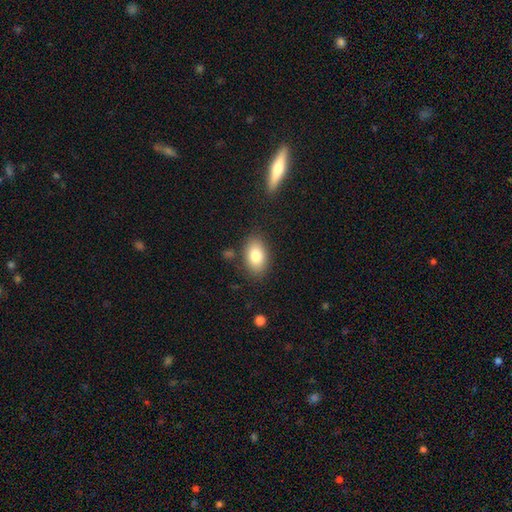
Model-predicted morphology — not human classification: smooth-or-featured: smooth: 82% | featured or disk: 11% | star or artifact: 7%
  how-rounded: in between: 89% | round: 10% | cigar-shaped: 1%
  merging: none: 83% | minor disturbance: 12% | major disturbance: 3% | merger: 3%